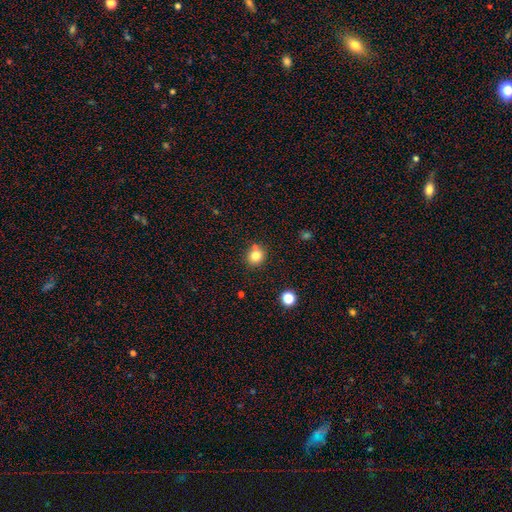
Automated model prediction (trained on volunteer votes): smooth-or-featured: smooth: 79% | star or artifact: 13% | featured or disk: 8%
  how-rounded: round: 85% | in between: 14% | cigar-shaped: 1%
  merging: none: 72% | merger: 15% | minor disturbance: 10% | major disturbance: 3%